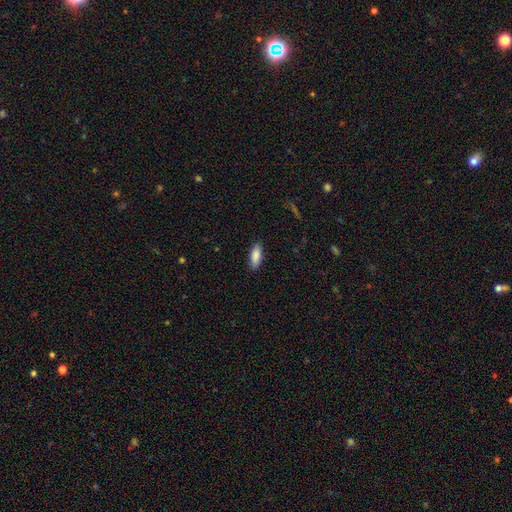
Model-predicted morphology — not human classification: Smooth or featured?
  - smooth: 87% *
  - featured or disk: 6%
  - star or artifact: 6%
How rounded?
  - in between: 71% *
  - cigar-shaped: 28%
  - round: 2%
Merging?
  - none: 88% *
  - minor disturbance: 9%
  - major disturbance: 2%
  - merger: 1%